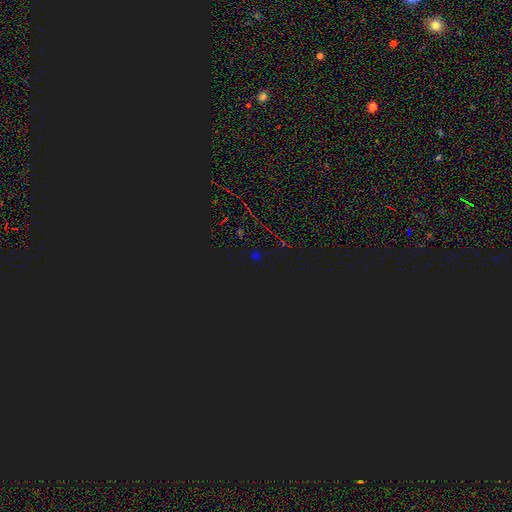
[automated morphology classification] Smooth or featured?
  - star or artifact: 76% *
  - smooth: 19%
  - featured or disk: 6%